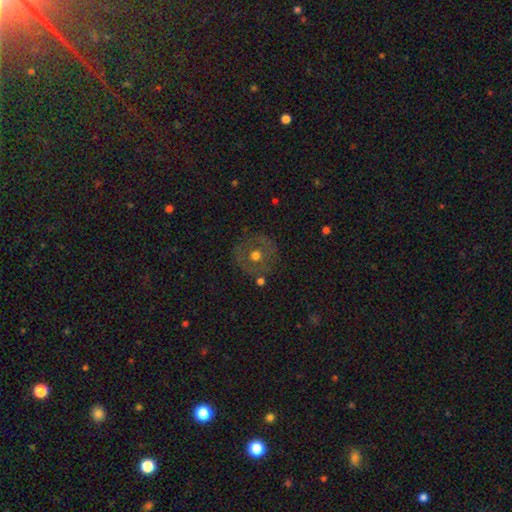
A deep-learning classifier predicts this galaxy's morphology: Smooth or featured: smooth — 48% (featured or disk — 41%)
Merging: none — 79% (minor disturbance — 12%)